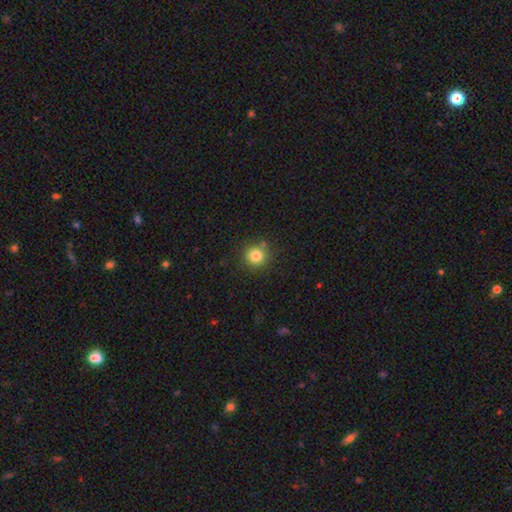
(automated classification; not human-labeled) A smooth galaxy with no disk features (82%) that is round (93%).

Vote fractions:
- Smooth or featured? smooth: 82% / star or artifact: 12% / featured or disk: 6%
- How rounded? round: 93% / in between: 6% / cigar-shaped: 1%
- Merging? none: 83% / minor disturbance: 10% / merger: 4% / major disturbance: 3%